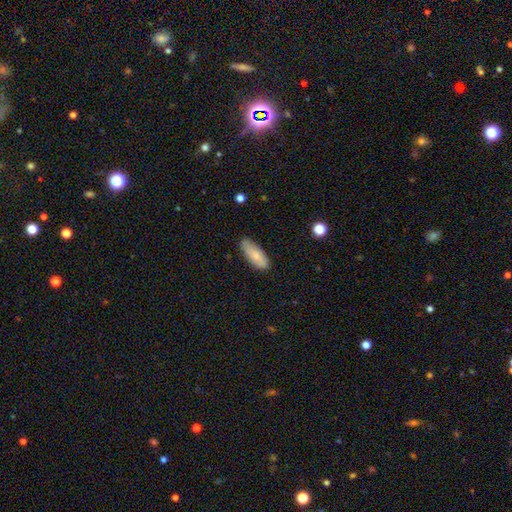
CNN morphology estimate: A smooth galaxy with no disk features (80%) that is in between round and cigar-shaped (75%).

Vote fractions:
- Smooth or featured? smooth: 80% / featured or disk: 14% / star or artifact: 6%
- How rounded? in between: 75% / cigar-shaped: 23% / round: 2%
- Merging? none: 79% / minor disturbance: 17% / major disturbance: 3% / merger: 1%